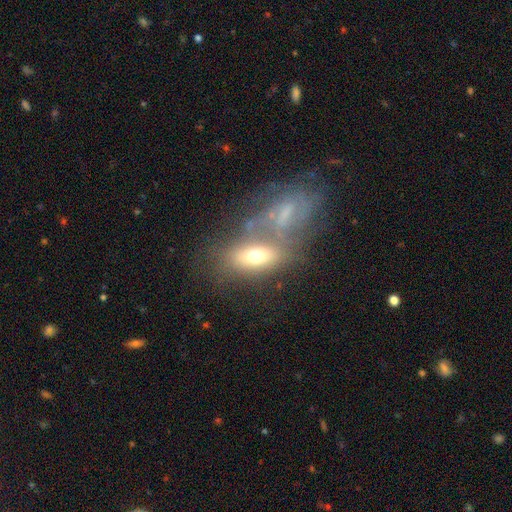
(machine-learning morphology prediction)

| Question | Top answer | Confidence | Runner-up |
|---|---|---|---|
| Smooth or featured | smooth | 55% | featured or disk (35%) |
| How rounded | in between | 81% | cigar-shaped (11%) |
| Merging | merger | 44% | none (33%) |